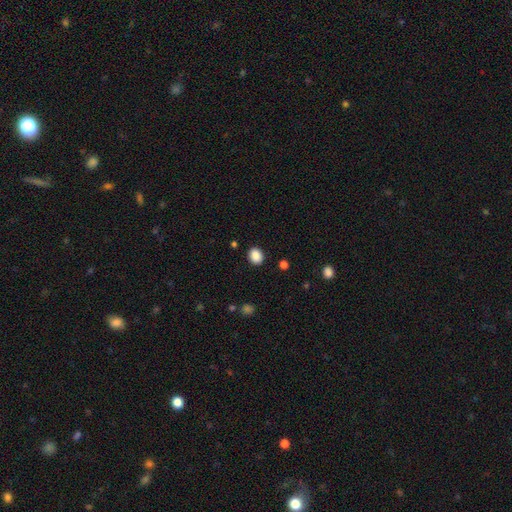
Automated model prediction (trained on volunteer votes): Smooth or featured: smooth — 88% (star or artifact — 9%)
How rounded: in between — 50% (round — 49%)
Merging: none — 89% (minor disturbance — 8%)